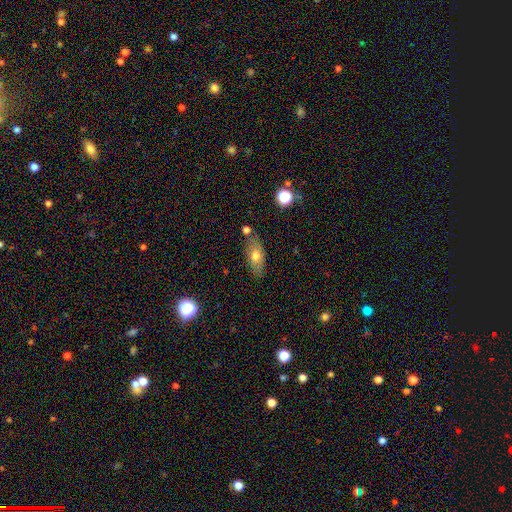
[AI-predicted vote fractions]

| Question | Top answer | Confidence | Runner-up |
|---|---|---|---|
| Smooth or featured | smooth | 68% | featured or disk (23%) |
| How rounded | in between | 83% | cigar-shaped (10%) |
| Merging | none | 75% | minor disturbance (15%) |